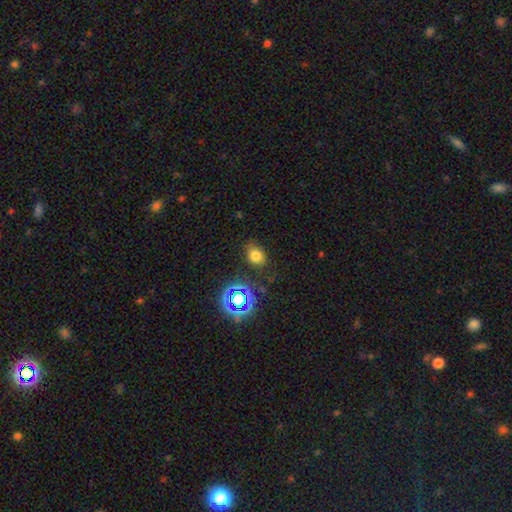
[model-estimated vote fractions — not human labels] smooth_or_featured: smooth (p=0.70) [alt: star or artifact p=0.21]
how_rounded: in between (p=0.56) [alt: round p=0.43]
merging: none (p=0.77) [alt: minor disturbance p=0.16]